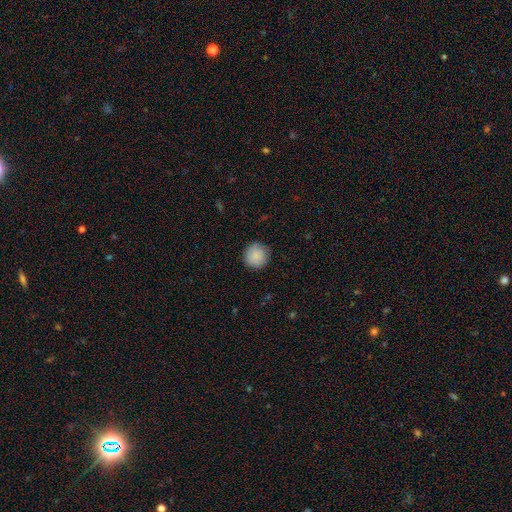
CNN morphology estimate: Smooth or featured? smooth (89%)
How rounded? round (94%)
Merging? none (88%)